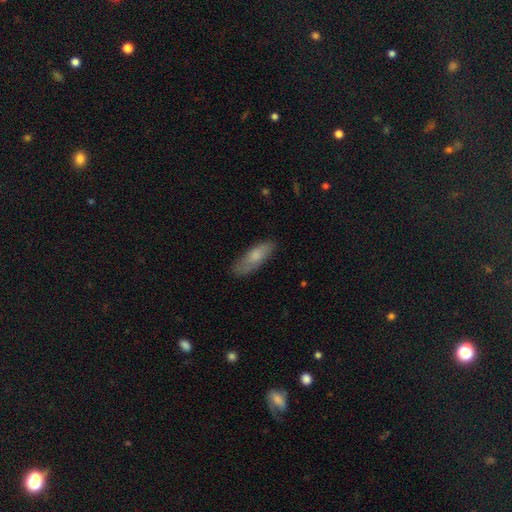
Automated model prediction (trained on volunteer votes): smooth-or-featured: smooth: 74% | featured or disk: 20% | star or artifact: 6%
  how-rounded: in between: 59% | cigar-shaped: 39% | round: 2%
  merging: none: 73% | minor disturbance: 21% | major disturbance: 5% | merger: 1%